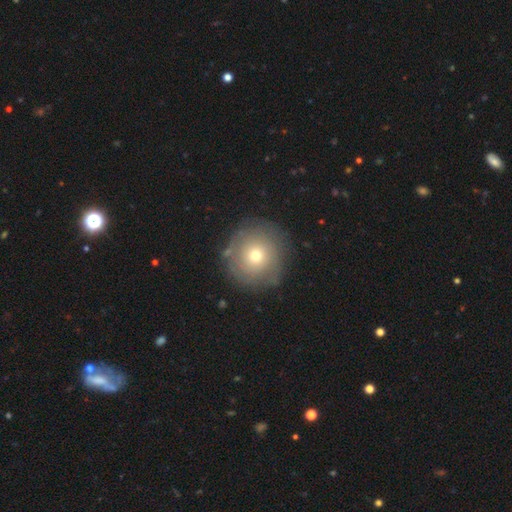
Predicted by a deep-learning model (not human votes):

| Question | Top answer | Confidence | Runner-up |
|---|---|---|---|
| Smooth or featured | smooth | 65% | featured or disk (24%) |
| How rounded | round | 93% | in between (6%) |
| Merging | none | 82% | minor disturbance (12%) |